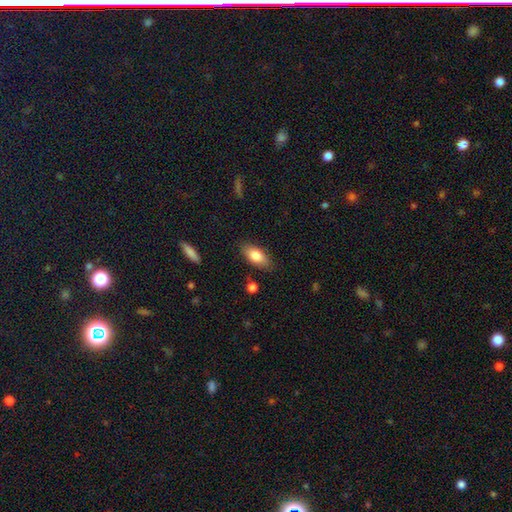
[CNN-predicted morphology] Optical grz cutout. It shows a smooth galaxy with no disk features (81%) that is in between round and cigar-shaped (88%). Merging: none (83%).